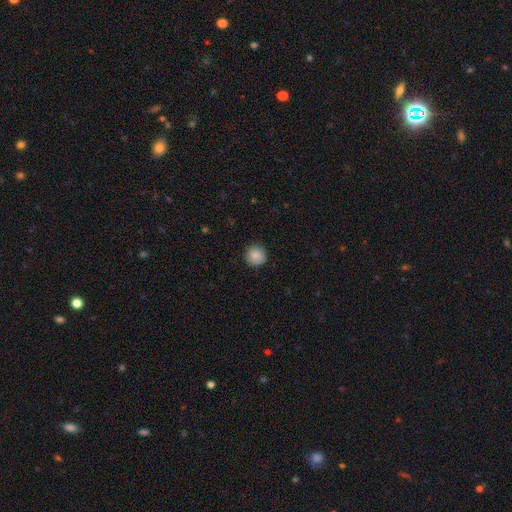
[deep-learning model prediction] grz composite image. It shows a smooth galaxy with no disk features (87%) that is round (95%). Merging: none (89%).